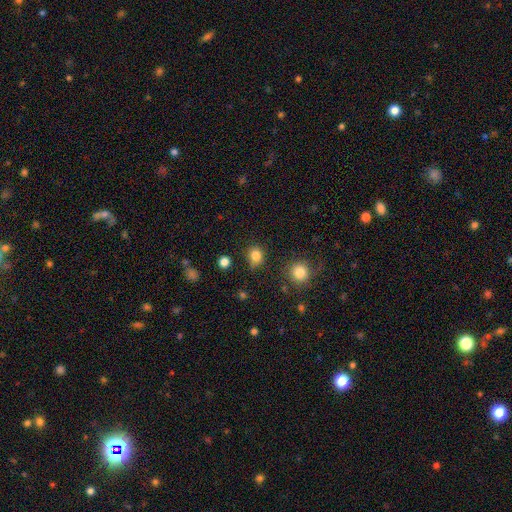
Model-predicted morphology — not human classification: This is clearly a smooth galaxy (82%). How rounded: likely round (76%). Merging: likely none (73%).